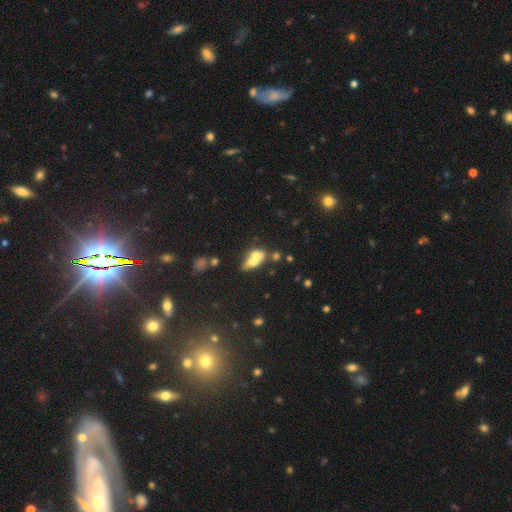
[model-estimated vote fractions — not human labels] A smooth galaxy with no disk features (56%) that is in between round and cigar-shaped (68%). Merging: merger (62%).